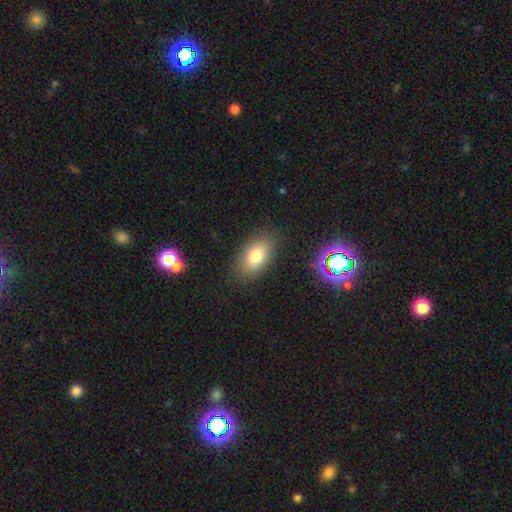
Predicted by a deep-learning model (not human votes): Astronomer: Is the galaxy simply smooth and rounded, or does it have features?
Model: smooth — 77%.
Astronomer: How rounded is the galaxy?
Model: in between — 89%.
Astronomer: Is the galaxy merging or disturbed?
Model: none — 84%.